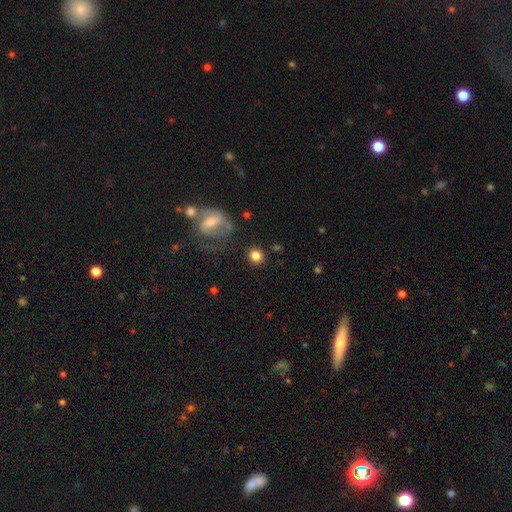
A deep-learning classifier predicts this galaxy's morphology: A smooth galaxy with no disk features (79%) that is round (86%). Merging: none (83%).